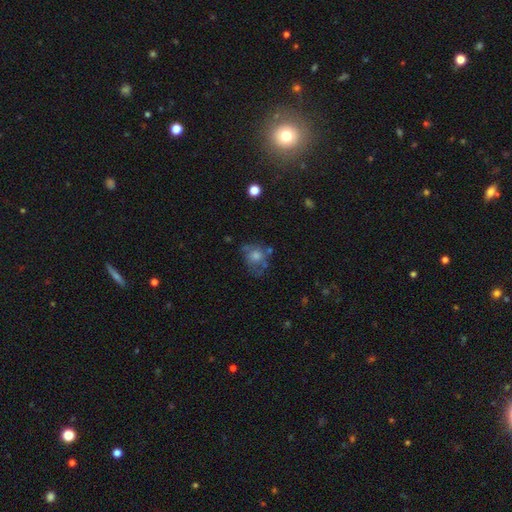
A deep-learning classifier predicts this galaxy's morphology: Smooth or featured: smooth — 47% (featured or disk — 34%)
Merging: none — 50% (minor disturbance — 23%)